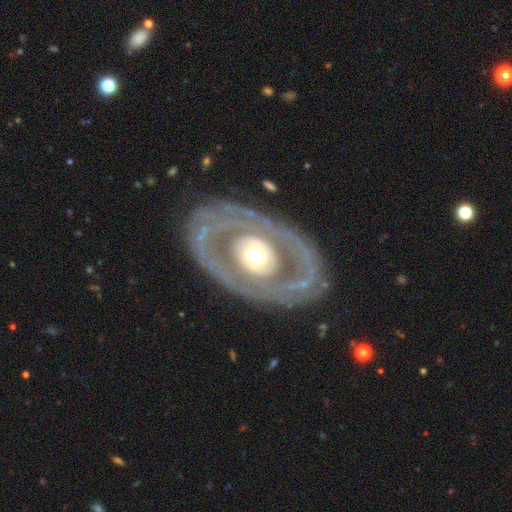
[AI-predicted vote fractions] Smooth or featured: featured or disk — 81% (smooth — 15%)
Edge-on disk: no — 94% (yes — 6%)
Bar: no — 83% (weak — 11%)
Spiral arms: yes — 57% (no — 43%)
Bulge size: moderate — 59% (large — 30%)
Merging: none — 75% (minor disturbance — 12%)